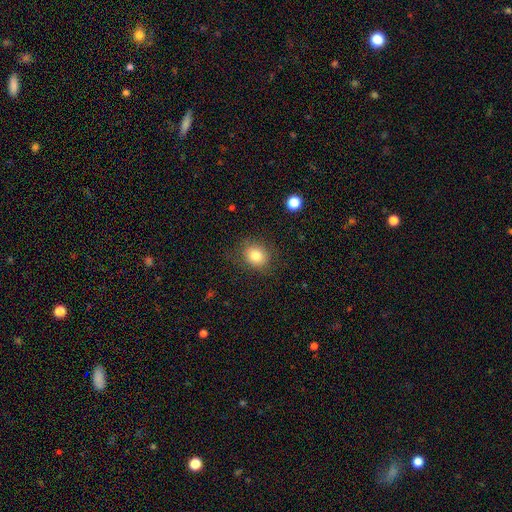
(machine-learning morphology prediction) A smooth galaxy with no disk features (81%) that is round (70%).

Vote fractions:
- Smooth or featured? smooth: 81% / star or artifact: 11% / featured or disk: 8%
- How rounded? round: 70% / in between: 29% / cigar-shaped: 1%
- Merging? none: 80% / minor disturbance: 13% / major disturbance: 5% / merger: 1%